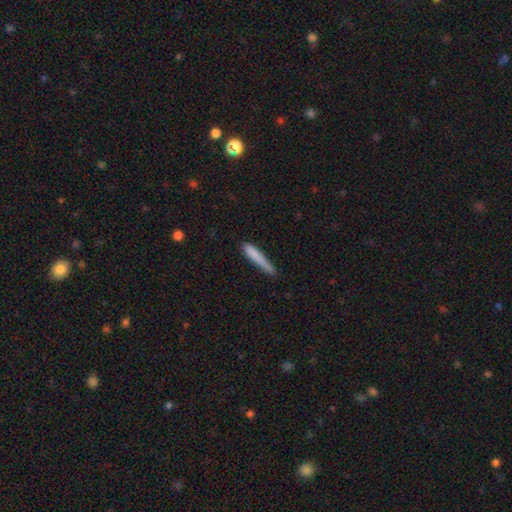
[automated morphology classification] The model was most divided on "merging": none: 70%, minor disturbance: 23%, major disturbance: 5%, merger: 2%. More confident: how rounded — cigar-shaped (94%); smooth or featured — smooth (81%).